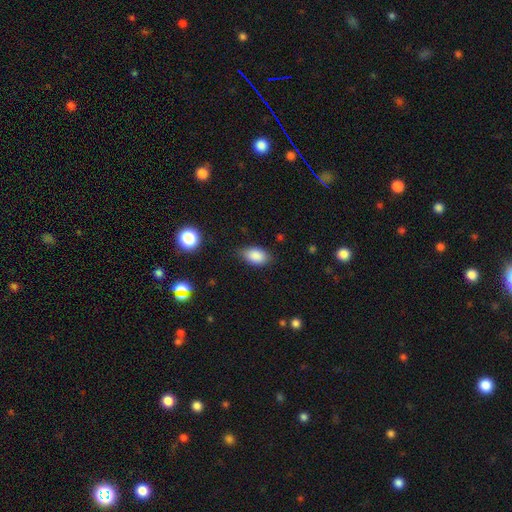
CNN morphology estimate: type=smooth (87%); roundness=in between (89%); merging=none (76%).